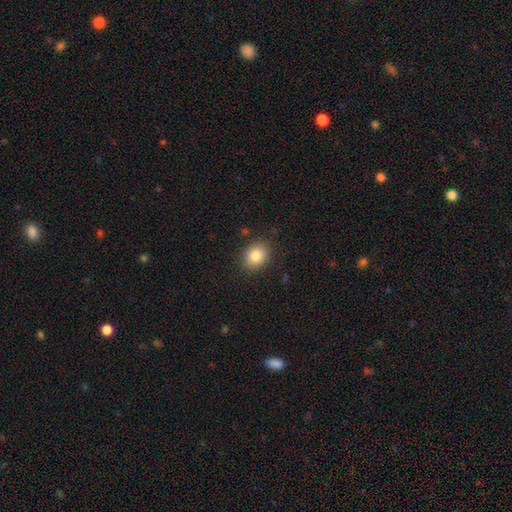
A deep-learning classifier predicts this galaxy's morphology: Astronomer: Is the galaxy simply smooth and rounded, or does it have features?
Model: smooth — 83%.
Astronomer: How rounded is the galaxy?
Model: round — 54% (runner-up: in between, 45%).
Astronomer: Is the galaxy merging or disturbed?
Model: none — 87%.